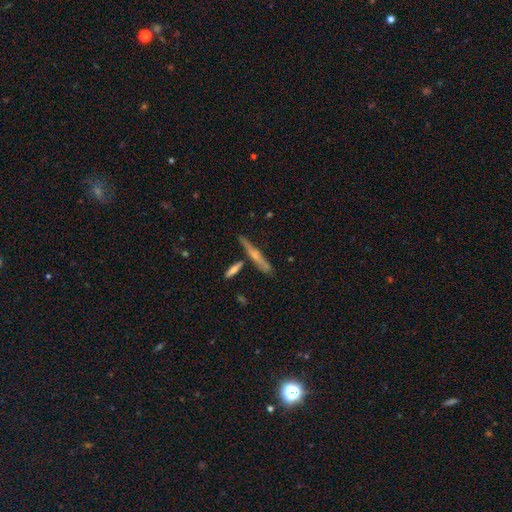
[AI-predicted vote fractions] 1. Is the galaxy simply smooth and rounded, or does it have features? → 53% featured or disk, 39% smooth, 8% star or artifact.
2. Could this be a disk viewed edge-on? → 92% yes, 8% no.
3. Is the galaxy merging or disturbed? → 69% none, 15% minor disturbance, 11% merger, 4% major disturbance.